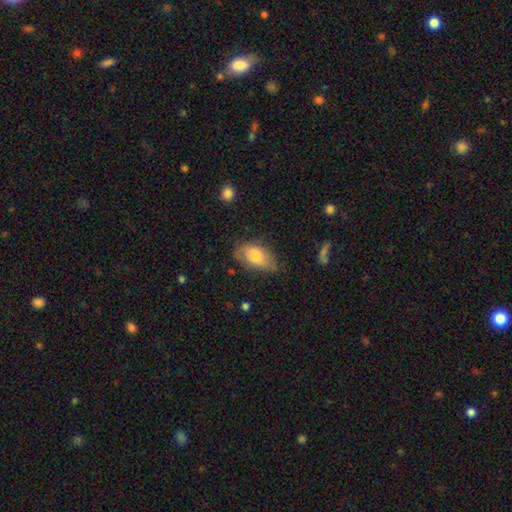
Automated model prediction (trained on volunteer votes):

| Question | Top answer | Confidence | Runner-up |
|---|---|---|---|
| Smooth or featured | smooth | 71% | featured or disk (22%) |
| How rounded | in between | 92% | round (5%) |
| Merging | none | 67% | minor disturbance (25%) |